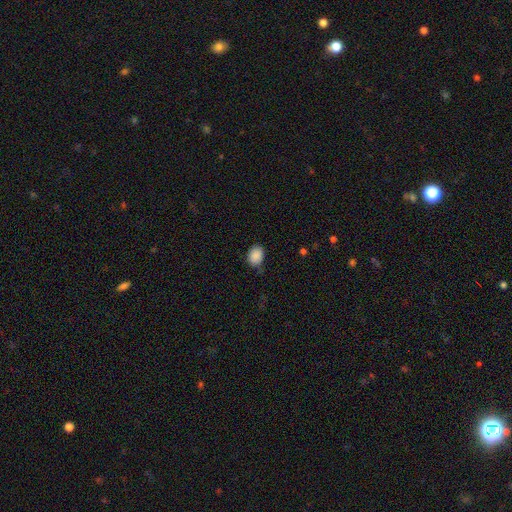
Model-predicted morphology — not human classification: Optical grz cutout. It shows a smooth galaxy with no disk features (88%) that is in between round and cigar-shaped (62%). Merging: none (76%).